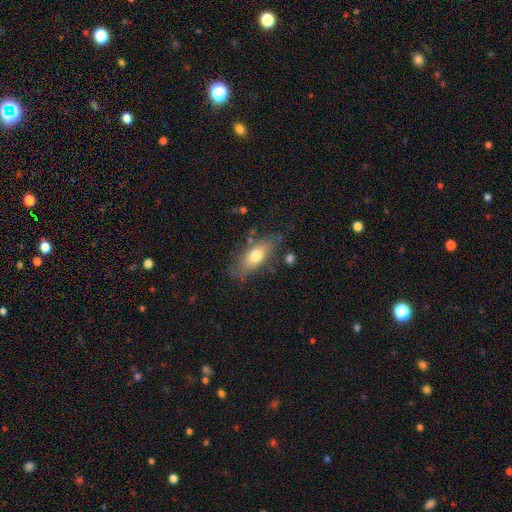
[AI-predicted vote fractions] Smooth or featured?
  - smooth: 67% *
  - featured or disk: 26%
  - star or artifact: 7%
How rounded?
  - in between: 77% *
  - cigar-shaped: 19%
  - round: 4%
Merging?
  - none: 73% *
  - minor disturbance: 19%
  - major disturbance: 5%
  - merger: 3%